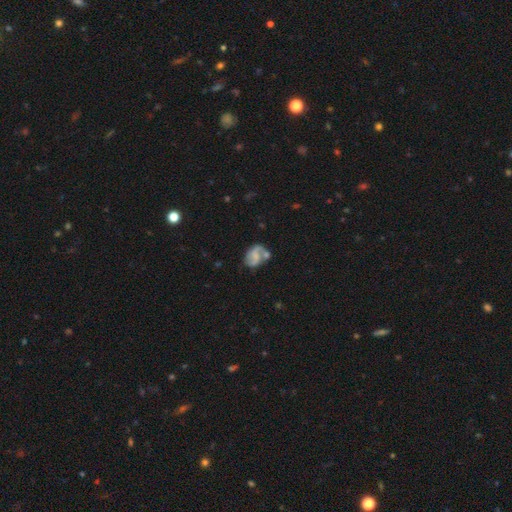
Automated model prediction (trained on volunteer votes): Smooth or featured?
  - featured or disk: 64% *
  - smooth: 28%
  - star or artifact: 8%
Edge-on disk?
  - no: 97% *
  - yes: 3%
Bar?
  - no: 45% *
  - weak: 41%
  - strong: 14%
Spiral arms?
  - yes: 84% *
  - no: 16%
Spiral winding?
  - medium: 43% *
  - loose: 40%
  - tight: 17%
Spiral arm count?
  - 2: 82% *
  - can't tell: 8%
  - 1: 6%
  - 3: 2%
  - 4: 1%
  - more than 4: 1%
Bulge size?
  - none: 41% *
  - small: 35%
  - moderate: 19%
  - large: 3%
  - dominant: 1%
Merging?
  - none: 43% *
  - merger: 22%
  - minor disturbance: 22%
  - major disturbance: 13%